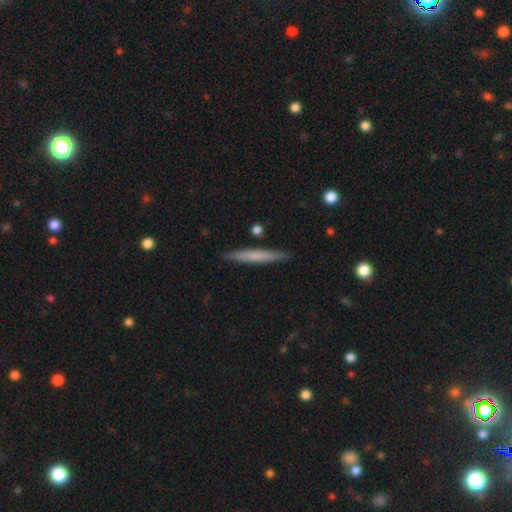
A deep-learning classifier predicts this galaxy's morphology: smooth 63%, featured or disk 32%, star or artifact 6%. Down the decision tree: how rounded — cigar-shaped (95%); merging — none (88%).